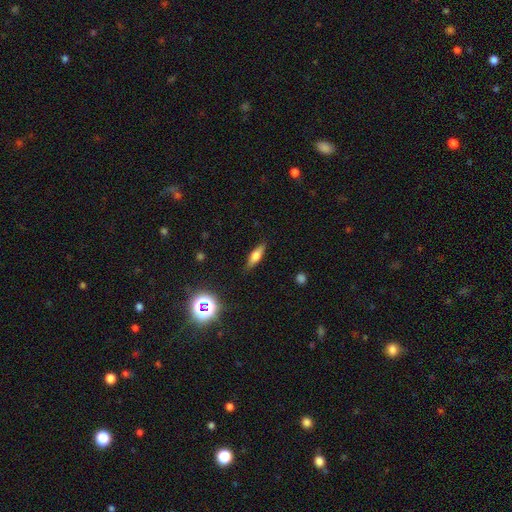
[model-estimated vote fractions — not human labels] Smooth or featured? smooth (61%)
How rounded? cigar-shaped (53%)
Merging? none (85%)